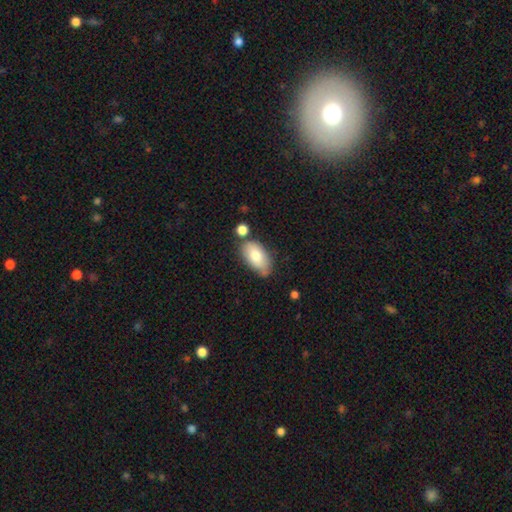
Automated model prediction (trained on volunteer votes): Morphology: type=smooth (78%); roundness=in between (94%); merging=none (63%).